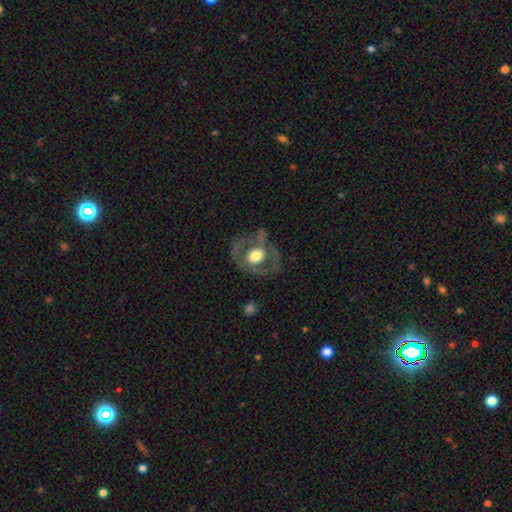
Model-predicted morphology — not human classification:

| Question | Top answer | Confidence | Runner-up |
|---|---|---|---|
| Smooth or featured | featured or disk | 59% | smooth (35%) |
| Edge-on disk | no | 94% | yes (6%) |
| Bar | no | 77% | weak (17%) |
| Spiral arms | no | 73% | yes (27%) |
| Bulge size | moderate | 47% | large (44%) |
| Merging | none | 64% | minor disturbance (18%) |